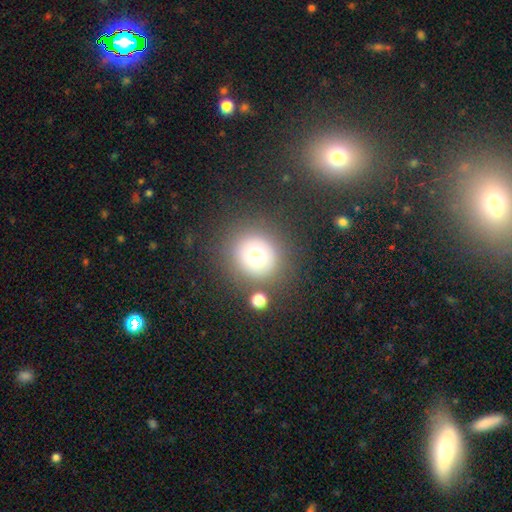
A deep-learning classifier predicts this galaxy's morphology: This is likely a smooth galaxy (71%). How rounded: clearly round (91%). Merging: clearly none (81%).